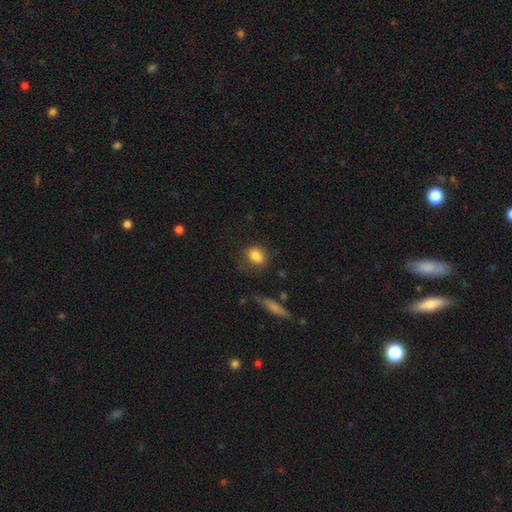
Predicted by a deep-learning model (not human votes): Smooth or featured? smooth (84%)
How rounded? in between (60%)
Merging? none (68%)